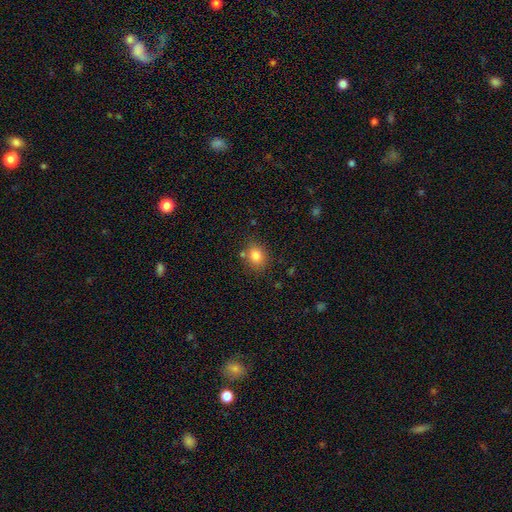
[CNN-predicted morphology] smooth-or-featured: smooth: 82% | star or artifact: 11% | featured or disk: 7%
  how-rounded: round: 56% | in between: 43% | cigar-shaped: 1%
  merging: none: 76% | minor disturbance: 14% | merger: 7% | major disturbance: 4%